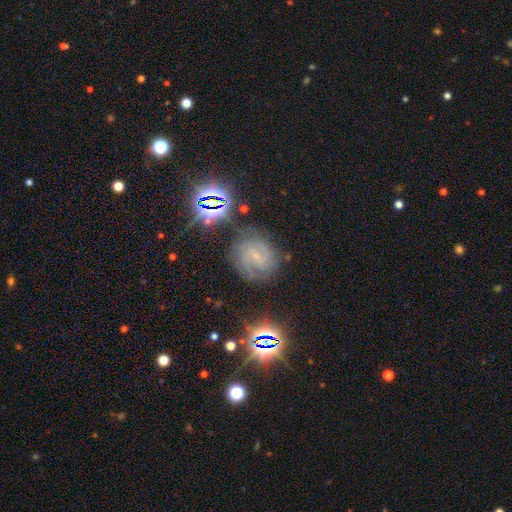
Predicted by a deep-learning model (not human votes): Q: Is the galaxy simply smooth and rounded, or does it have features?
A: featured or disk — 68%.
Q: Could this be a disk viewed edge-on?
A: no — 97%.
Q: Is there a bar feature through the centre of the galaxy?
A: weak — 46%.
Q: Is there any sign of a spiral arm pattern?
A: yes — 95%.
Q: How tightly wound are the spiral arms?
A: tight — 55%.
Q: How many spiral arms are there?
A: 2 — 39%.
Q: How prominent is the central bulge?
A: small — 73%.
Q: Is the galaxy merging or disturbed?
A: none — 73%.